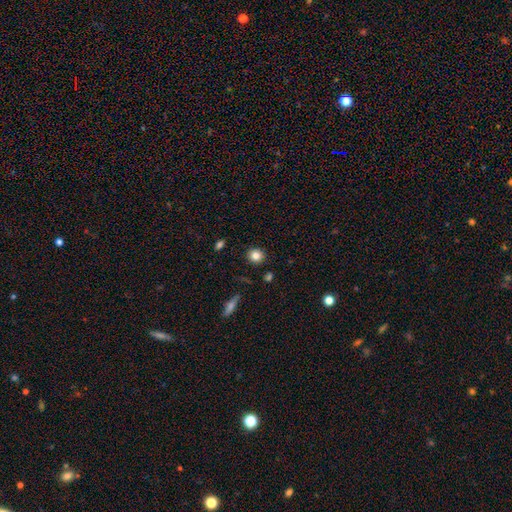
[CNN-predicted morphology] A smooth galaxy with no disk features (82%) that is round (86%). Merging: none (90%).